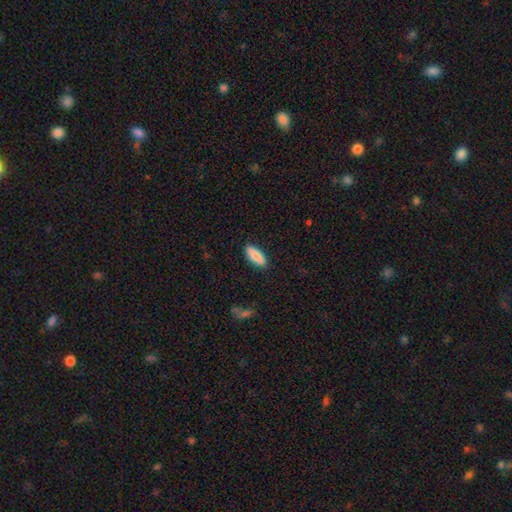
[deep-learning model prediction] A smooth galaxy with no disk features (85%) that is in between round and cigar-shaped (62%).

Vote fractions:
- Smooth or featured? smooth: 85% / featured or disk: 9% / star or artifact: 6%
- How rounded? in between: 62% / cigar-shaped: 36% / round: 2%
- Merging? none: 87% / minor disturbance: 9% / major disturbance: 2% / merger: 1%